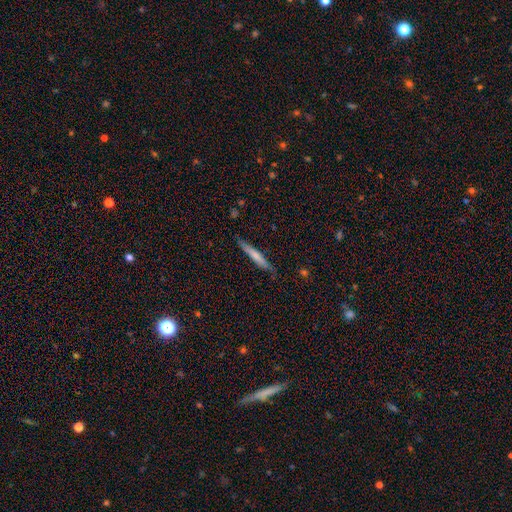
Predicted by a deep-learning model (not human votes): Morphology: type=smooth (62%); roundness=cigar-shaped (94%); merging=none (85%).